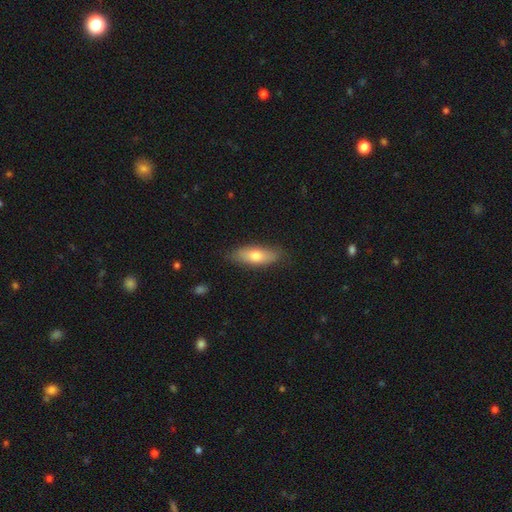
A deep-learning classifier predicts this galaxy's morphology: A smooth galaxy with no disk features (68%) that is in between round and cigar-shaped (61%). Merging: none (83%).